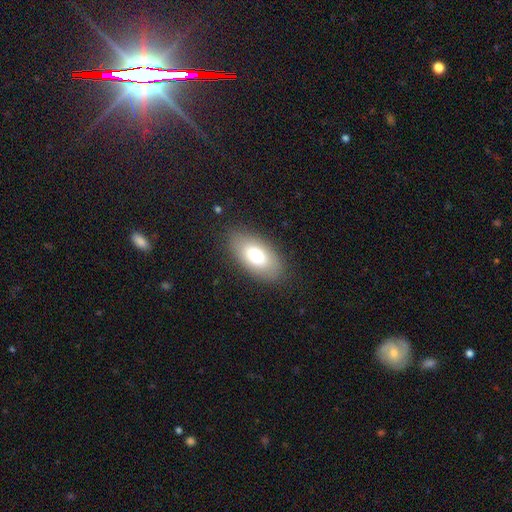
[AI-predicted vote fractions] Q: Smooth or featured?
A: smooth (73%); runner-up: featured or disk (19%)
Q: How rounded?
A: in between (92%); runner-up: round (4%)
Q: Merging?
A: none (84%); runner-up: minor disturbance (11%)